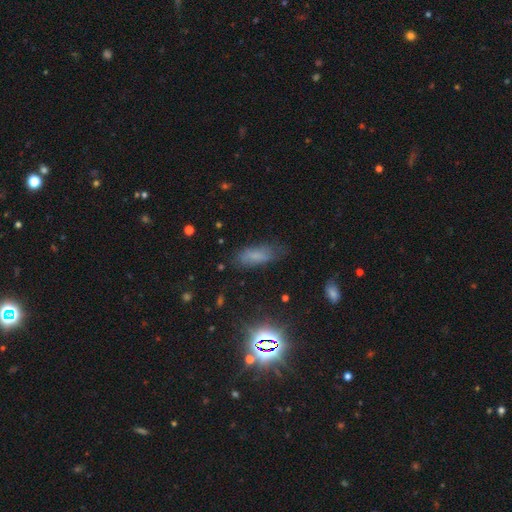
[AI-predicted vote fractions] A smooth galaxy with no disk features (64%) that is in between round and cigar-shaped (69%). Merging: none (63%).